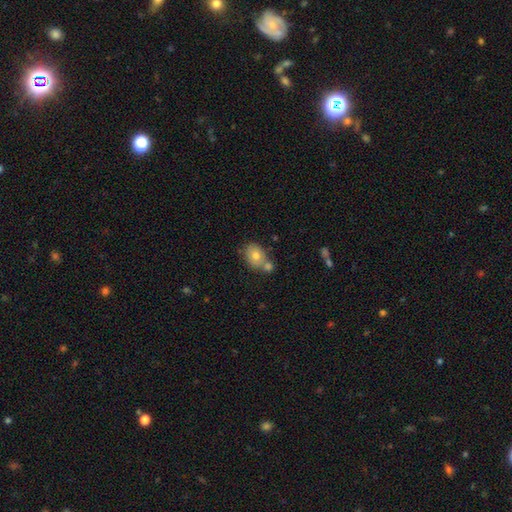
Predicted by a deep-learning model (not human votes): This appears to be a smooth galaxy with no disk features (74%) that is in between round and cigar-shaped (55%). Merging: none (47%).